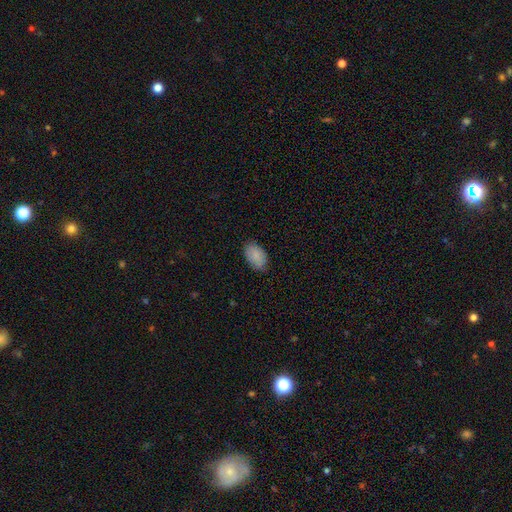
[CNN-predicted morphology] smooth 88%, star or artifact 6%, featured or disk 5%. Down the decision tree: how rounded — in between (93%); merging — none (81%).